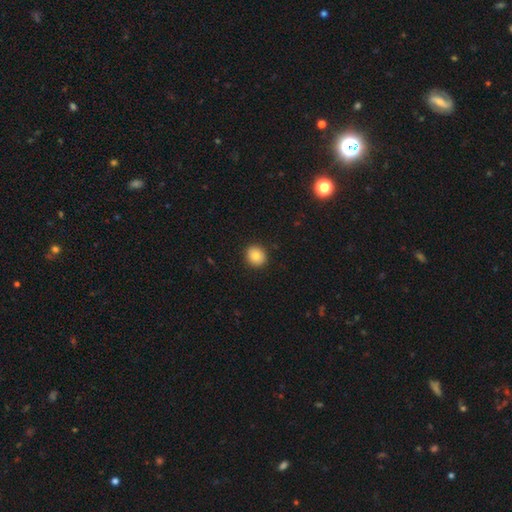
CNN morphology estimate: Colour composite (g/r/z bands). It shows a smooth galaxy with no disk features (83%) that is round (83%). Merging: none (91%).